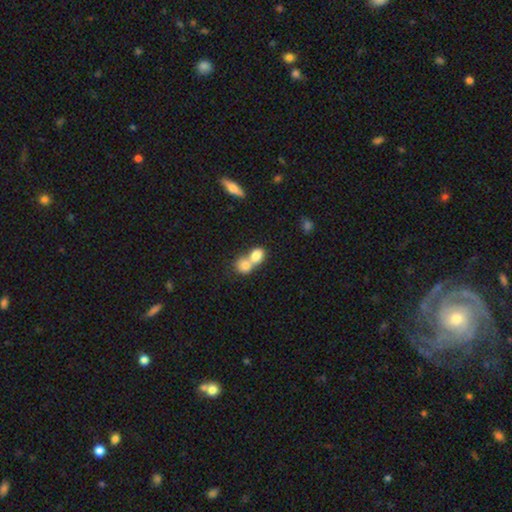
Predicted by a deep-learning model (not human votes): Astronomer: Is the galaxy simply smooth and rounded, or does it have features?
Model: smooth — 79%.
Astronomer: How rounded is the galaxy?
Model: in between — 58% (runner-up: round, 40%).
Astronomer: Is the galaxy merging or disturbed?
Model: merger — 69%.